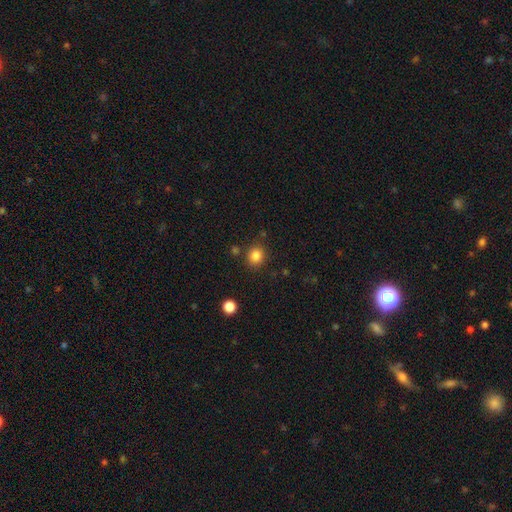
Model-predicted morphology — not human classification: Q: Smooth or featured?
A: smooth (84%); runner-up: star or artifact (11%)
Q: How rounded?
A: round (81%); runner-up: in between (19%)
Q: Merging?
A: none (84%); runner-up: minor disturbance (9%)